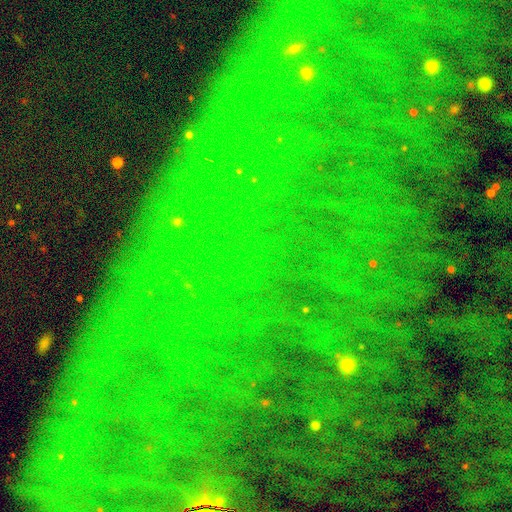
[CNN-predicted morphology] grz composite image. It shows a star or artifact, not a galaxy (84%).